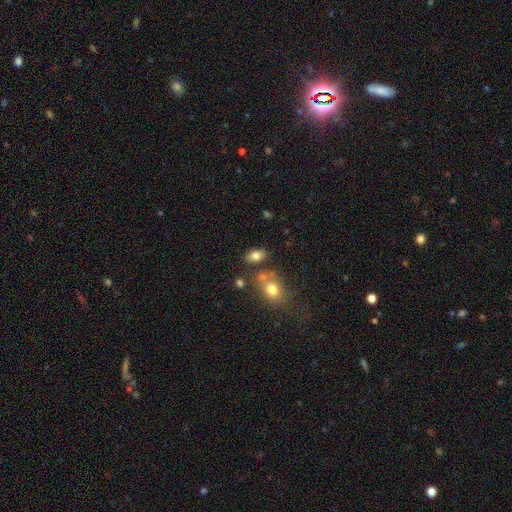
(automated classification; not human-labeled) Q: Smooth or featured?
A: smooth (79%); runner-up: featured or disk (11%)
Q: How rounded?
A: in between (88%); runner-up: round (9%)
Q: Merging?
A: none (69%); runner-up: minor disturbance (14%)